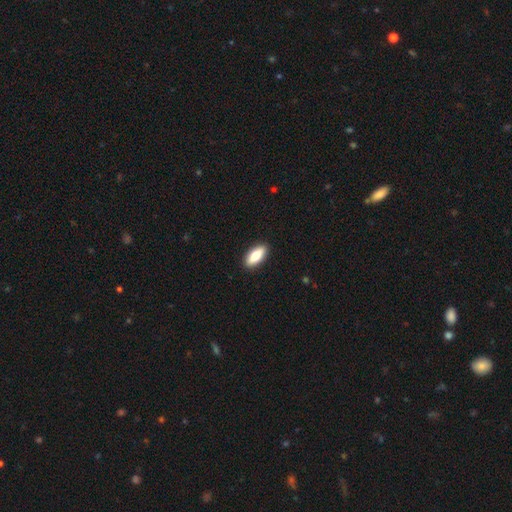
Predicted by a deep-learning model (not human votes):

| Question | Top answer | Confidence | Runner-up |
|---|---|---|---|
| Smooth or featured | smooth | 77% | featured or disk (17%) |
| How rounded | in between | 82% | cigar-shaped (16%) |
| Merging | none | 90% | minor disturbance (7%) |